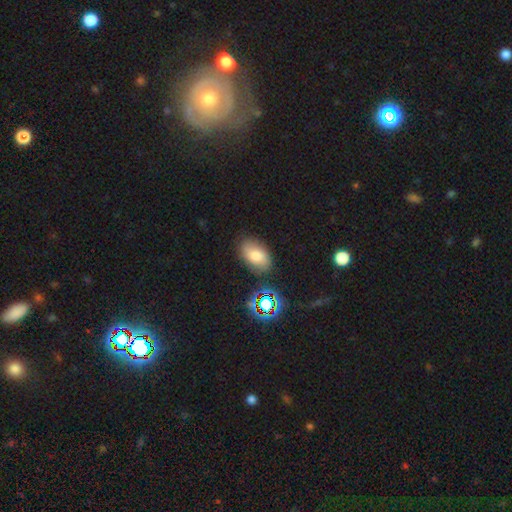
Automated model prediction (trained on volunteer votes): Smooth or featured: smooth — 72% (featured or disk — 14%)
How rounded: in between — 90% (round — 9%)
Merging: none — 78% (minor disturbance — 15%)